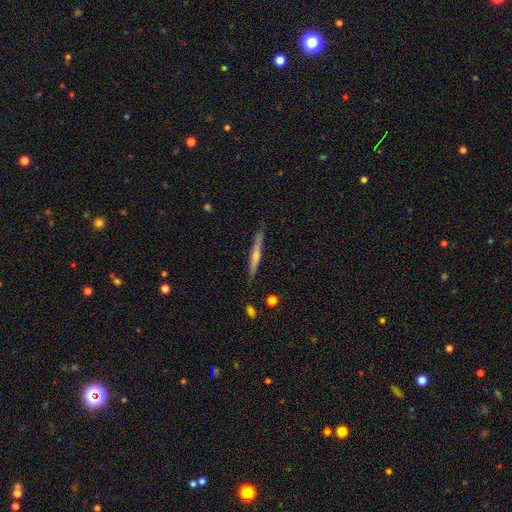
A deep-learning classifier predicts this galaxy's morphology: Overall: featured or disk (49%; smooth 45%). Merging: none (84%).